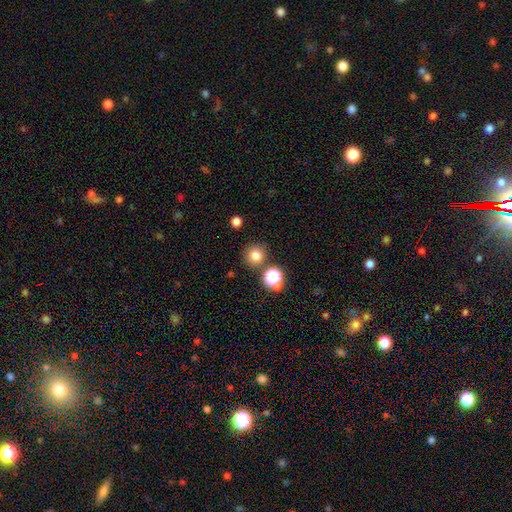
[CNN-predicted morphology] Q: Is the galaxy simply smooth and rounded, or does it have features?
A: smooth — 78%.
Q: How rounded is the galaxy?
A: round — 93%.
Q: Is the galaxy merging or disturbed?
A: none — 82%.